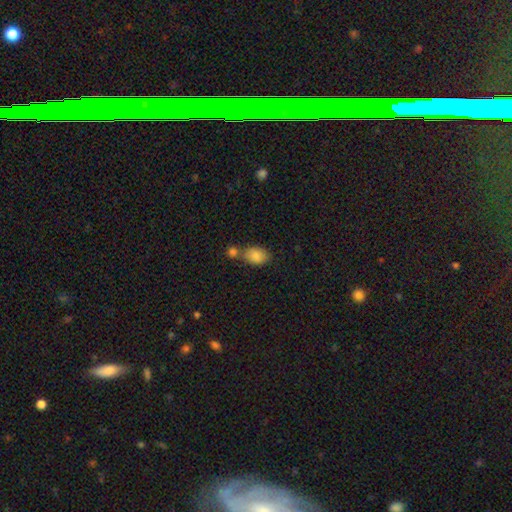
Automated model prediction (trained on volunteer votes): Smooth or featured?
  - smooth: 85% *
  - star or artifact: 8%
  - featured or disk: 7%
How rounded?
  - in between: 85% *
  - round: 13%
  - cigar-shaped: 2%
Merging?
  - none: 51% *
  - merger: 31%
  - minor disturbance: 14%
  - major disturbance: 4%